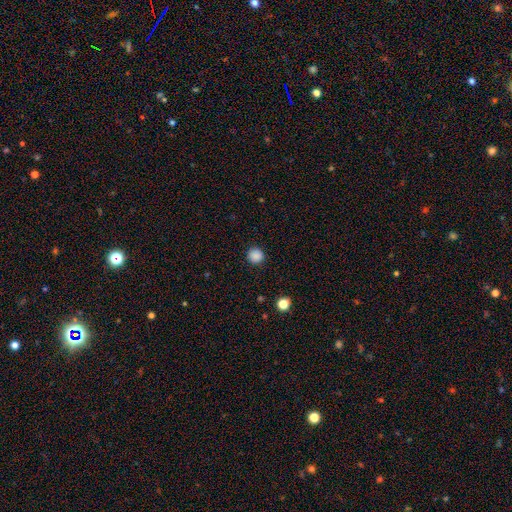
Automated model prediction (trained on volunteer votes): This appears to be a smooth galaxy with no disk features (87%) that is round (94%). Merging: none (92%).